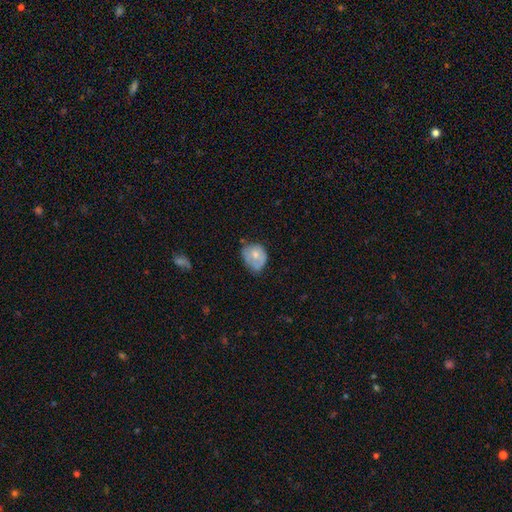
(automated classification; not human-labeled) Smooth or featured? Predicted: smooth (p=0.61). How rounded? Predicted: round (p=0.56). Merging? Predicted: minor disturbance (p=0.40).